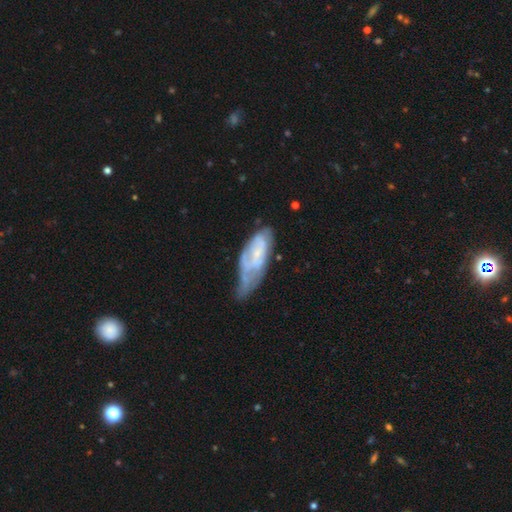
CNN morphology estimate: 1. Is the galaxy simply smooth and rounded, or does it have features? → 58% featured or disk, 35% smooth, 7% star or artifact.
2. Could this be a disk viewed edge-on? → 88% no, 12% yes.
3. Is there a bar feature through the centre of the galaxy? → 69% no, 24% weak, 6% strong.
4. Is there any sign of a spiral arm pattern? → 54% yes, 46% no.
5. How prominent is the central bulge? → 58% small, 20% moderate, 19% none, 2% large, 1% dominant.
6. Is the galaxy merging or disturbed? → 38% minor disturbance, 29% none, 26% major disturbance, 6% merger.